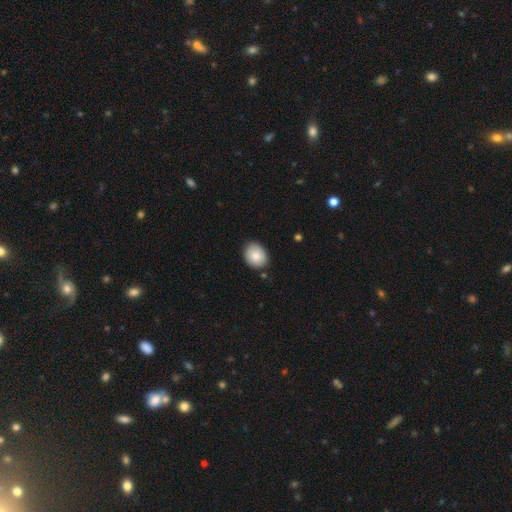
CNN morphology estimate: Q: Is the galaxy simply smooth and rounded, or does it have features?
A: smooth — 84%.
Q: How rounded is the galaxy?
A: in between — 52%.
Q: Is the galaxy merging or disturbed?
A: none — 83%.